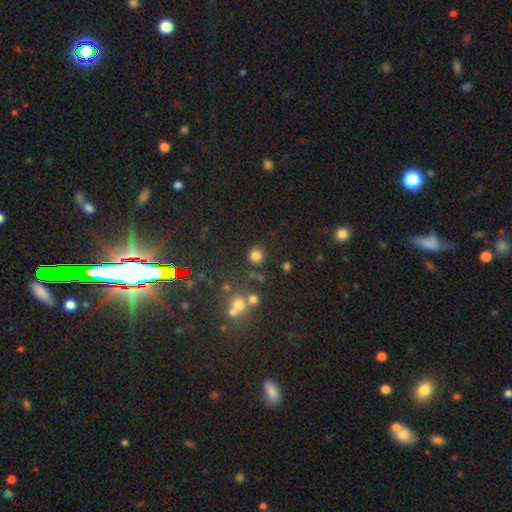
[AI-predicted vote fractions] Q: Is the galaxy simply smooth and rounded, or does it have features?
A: smooth — 78%.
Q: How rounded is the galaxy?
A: round — 91%.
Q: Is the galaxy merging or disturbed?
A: none — 82%.